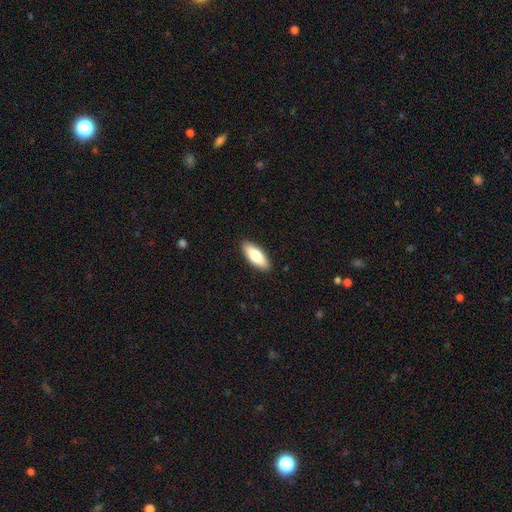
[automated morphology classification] A smooth galaxy with no disk features (78%) that is in between round and cigar-shaped (73%). Merging: none (90%).